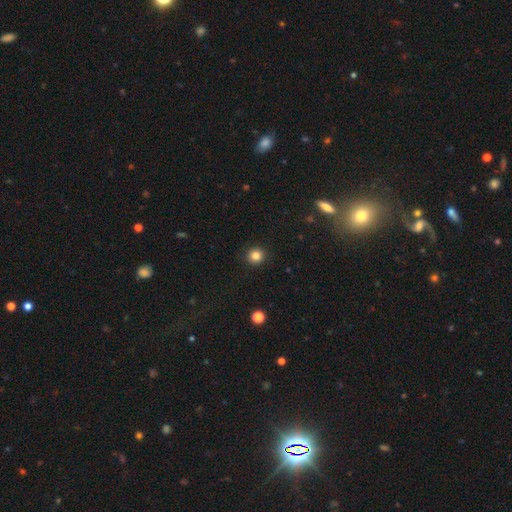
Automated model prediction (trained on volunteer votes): This is clearly a smooth galaxy (84%). How rounded: clearly round (94%). Merging: clearly none (93%).